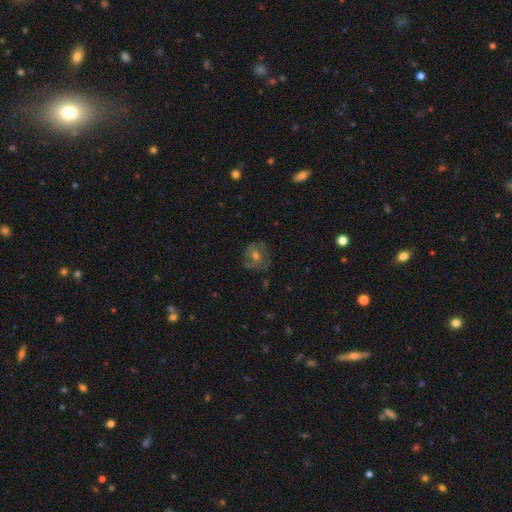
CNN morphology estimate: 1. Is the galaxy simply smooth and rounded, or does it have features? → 53% featured or disk, 32% smooth, 15% star or artifact.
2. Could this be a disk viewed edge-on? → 96% no, 4% yes.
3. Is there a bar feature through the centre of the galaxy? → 51% no, 37% weak, 12% strong.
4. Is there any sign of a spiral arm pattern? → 64% yes, 36% no.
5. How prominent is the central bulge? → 61% moderate, 31% small, 5% large, 3% none, 1% dominant.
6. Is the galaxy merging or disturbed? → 70% none, 18% minor disturbance, 10% major disturbance, 2% merger.